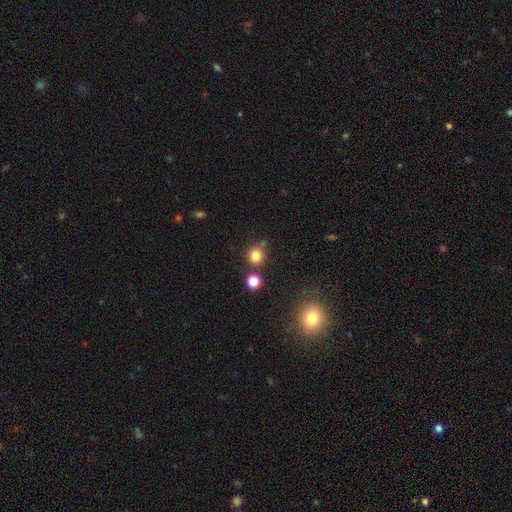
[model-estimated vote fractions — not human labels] smooth_or_featured: smooth (p=0.80) [alt: star or artifact p=0.14]
how_rounded: round (p=0.91) [alt: in between p=0.08]
merging: none (p=0.76) [alt: merger p=0.12]